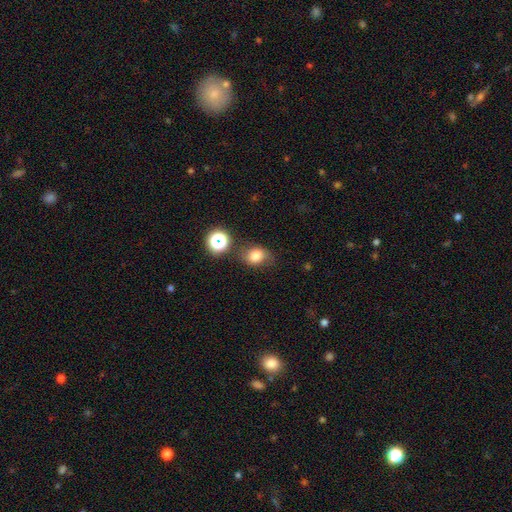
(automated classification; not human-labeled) A smooth galaxy with no disk features (76%) that is in between round and cigar-shaped (50%).

Vote fractions:
- Smooth or featured? smooth: 76% / star or artifact: 14% / featured or disk: 10%
- How rounded? in between: 50% / round: 49% / cigar-shaped: 1%
- Merging? none: 68% / minor disturbance: 19% / merger: 6% / major disturbance: 6%